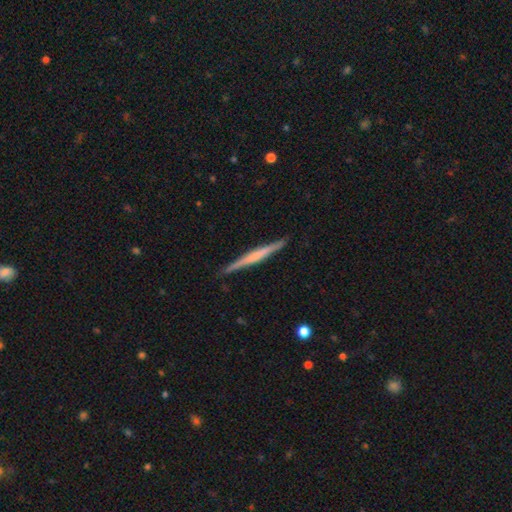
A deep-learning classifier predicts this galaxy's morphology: Q: Smooth or featured?
A: featured or disk (63%); runner-up: smooth (32%)
Q: Edge-on disk?
A: yes (98%); runner-up: no (2%)
Q: Edge-on bulge?
A: none (53%); runner-up: rounded (28%)
Q: Merging?
A: none (91%); runner-up: minor disturbance (7%)